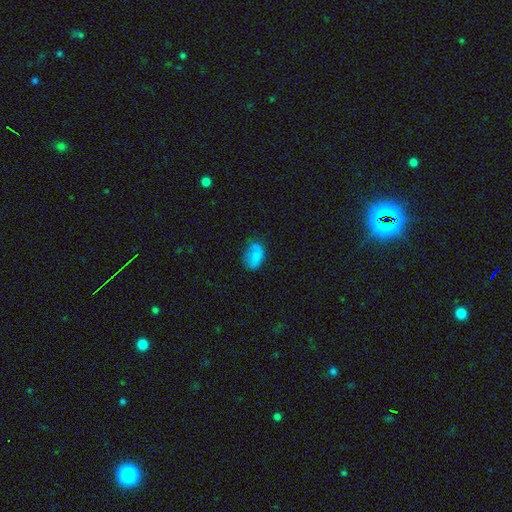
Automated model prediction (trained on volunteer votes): Smooth or featured?
  - smooth: 80% *
  - featured or disk: 11%
  - star or artifact: 10%
How rounded?
  - in between: 86% *
  - round: 12%
  - cigar-shaped: 1%
Merging?
  - none: 59% *
  - minor disturbance: 29%
  - major disturbance: 10%
  - merger: 2%